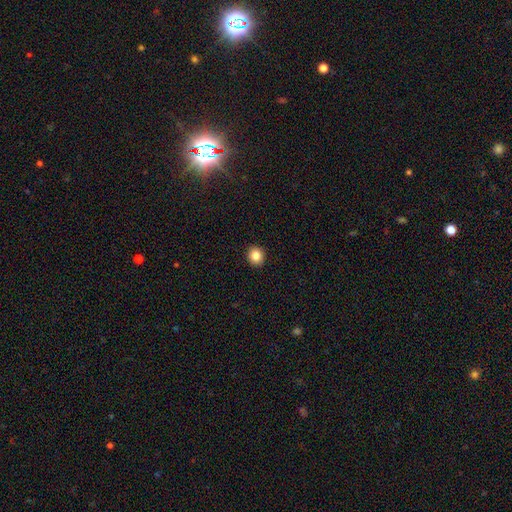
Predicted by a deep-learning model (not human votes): smooth_or_featured: smooth (p=0.85) [alt: star or artifact p=0.10]
how_rounded: round (p=0.84) [alt: in between p=0.15]
merging: none (p=0.93) [alt: minor disturbance p=0.05]